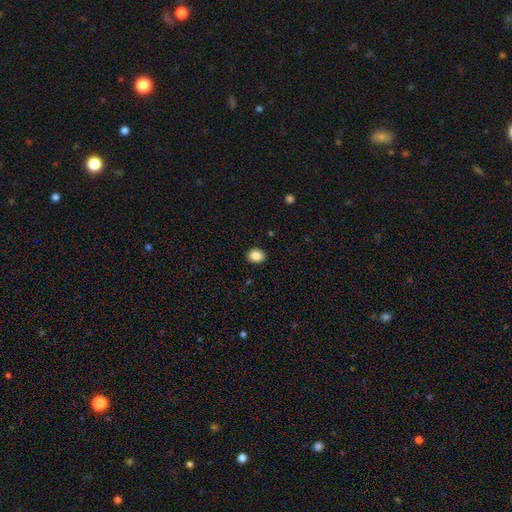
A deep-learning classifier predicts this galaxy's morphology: type=smooth (86%); roundness=round (57%); merging=none (91%).